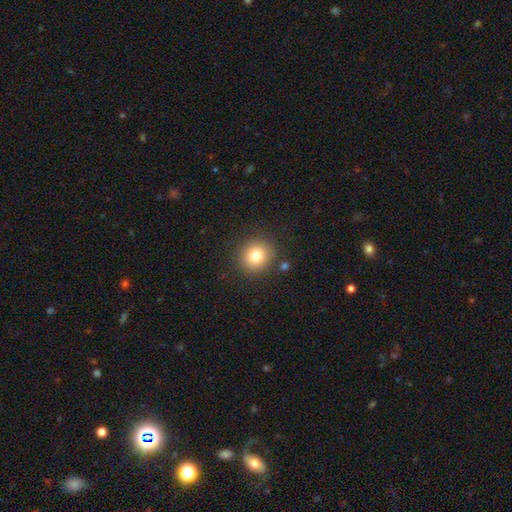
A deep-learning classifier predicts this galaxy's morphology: type=smooth (79%); roundness=round (86%); merging=none (87%).